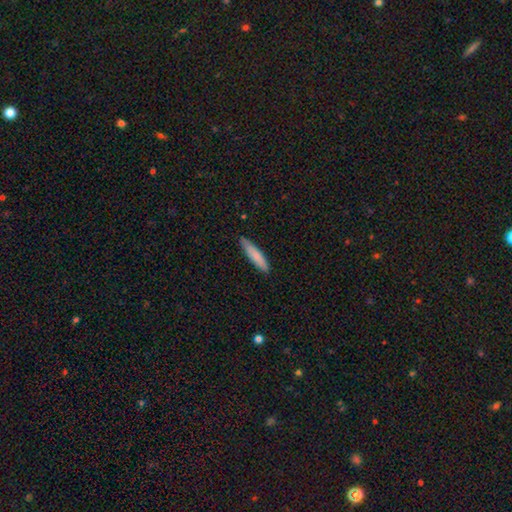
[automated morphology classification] This is likely a smooth galaxy (80%). How rounded: clearly cigar-shaped (85%). Merging: clearly none (85%).